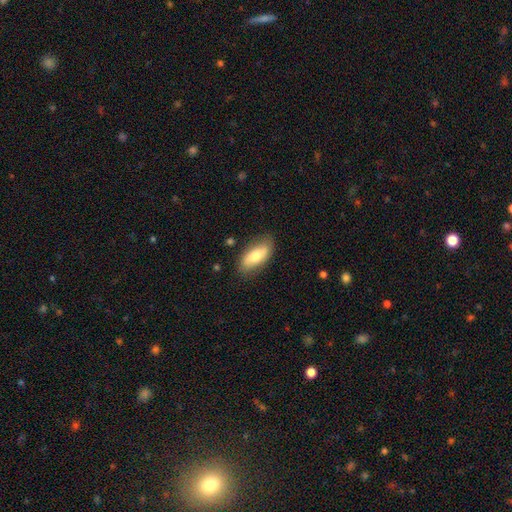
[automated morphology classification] Q: Smooth or featured?
A: smooth (66%); runner-up: featured or disk (28%)
Q: How rounded?
A: in between (88%); runner-up: cigar-shaped (9%)
Q: Merging?
A: none (80%); runner-up: minor disturbance (15%)